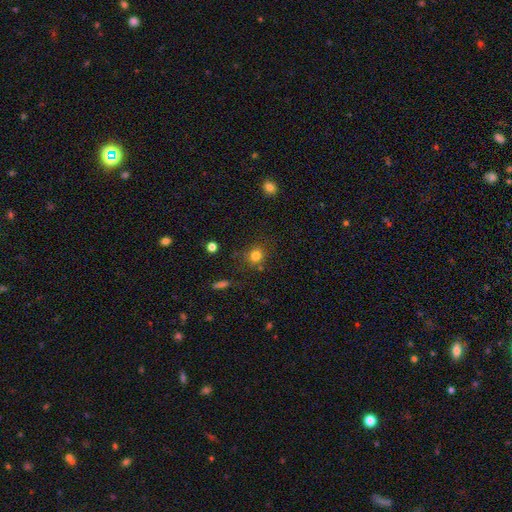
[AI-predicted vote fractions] smooth 80%, star or artifact 13%, featured or disk 7%. Down the decision tree: how rounded — round (85%); merging — none (78%).